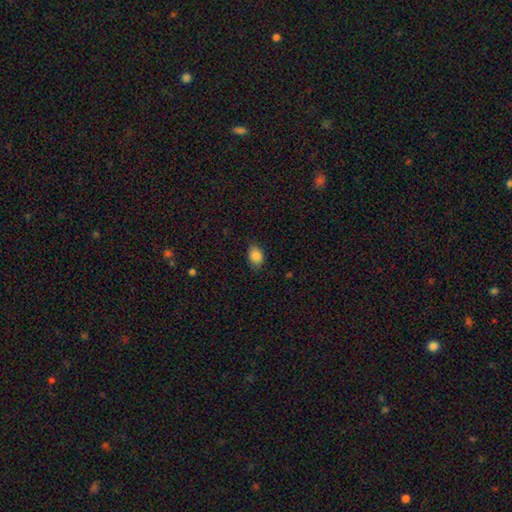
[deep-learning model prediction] Overall: smooth (86%). How rounded: in between (78%). Merging: none (78%).